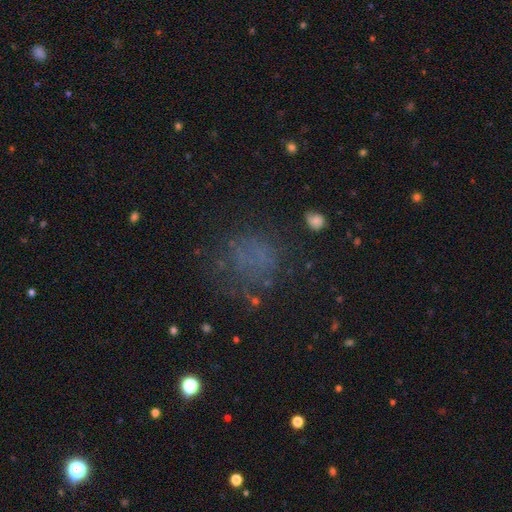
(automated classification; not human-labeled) A smooth galaxy with no disk features (49%).

Vote fractions:
- Smooth or featured? smooth: 49% / star or artifact: 30% / featured or disk: 21%
- Merging? none: 61% / major disturbance: 18% / minor disturbance: 17% / merger: 3%